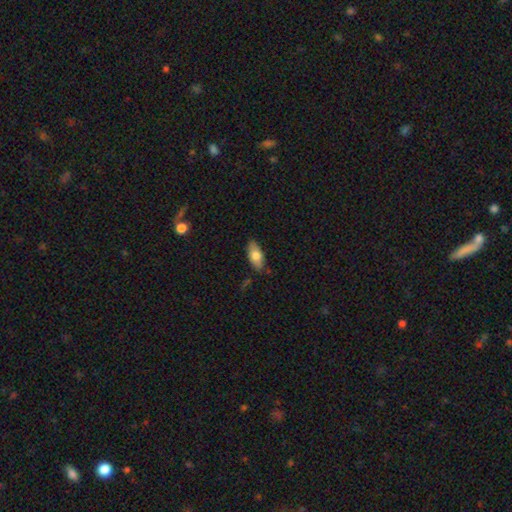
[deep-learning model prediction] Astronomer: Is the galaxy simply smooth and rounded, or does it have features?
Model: smooth — 74%.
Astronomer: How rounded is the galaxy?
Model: in between — 87%.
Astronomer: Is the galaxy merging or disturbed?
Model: none — 83%.